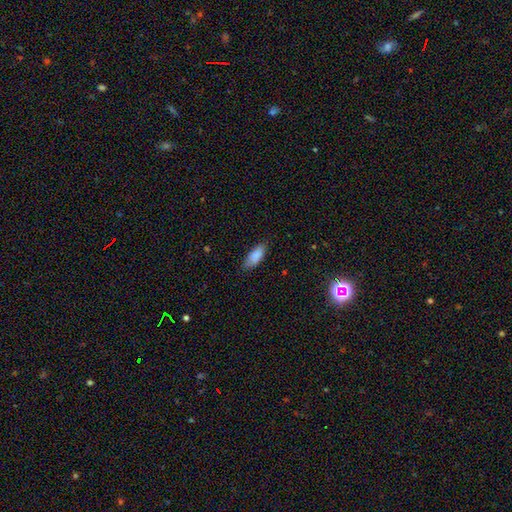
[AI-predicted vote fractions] smooth 87%, star or artifact 7%, featured or disk 6%. Down the decision tree: how rounded — in between (77%); merging — none (79%).